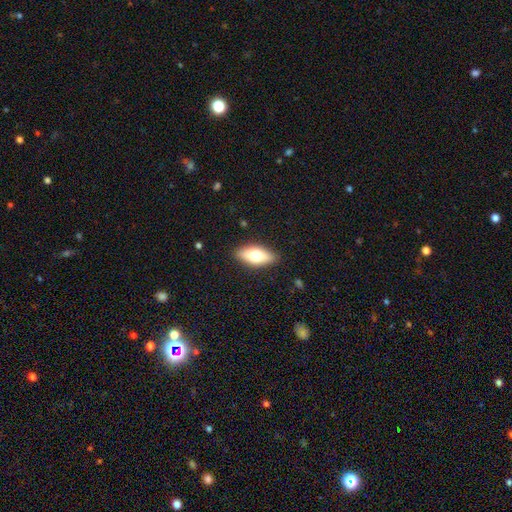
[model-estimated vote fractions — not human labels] smooth_or_featured: smooth (p=0.67) [alt: featured or disk p=0.26]
how_rounded: in between (p=0.82) [alt: cigar-shaped p=0.15]
merging: none (p=0.87) [alt: minor disturbance p=0.10]